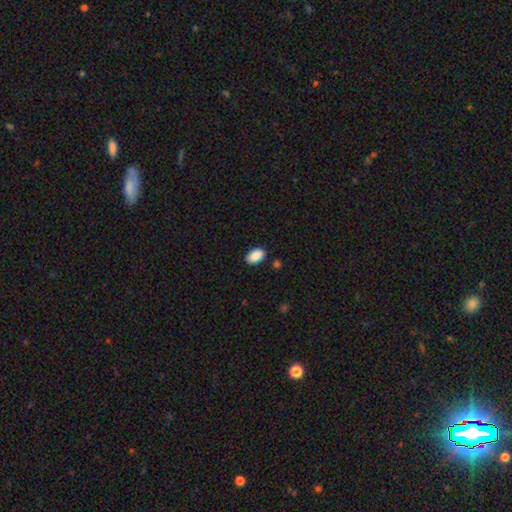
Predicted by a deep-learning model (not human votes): A smooth galaxy with no disk features (90%) that is in between round and cigar-shaped (93%). Merging: none (86%).